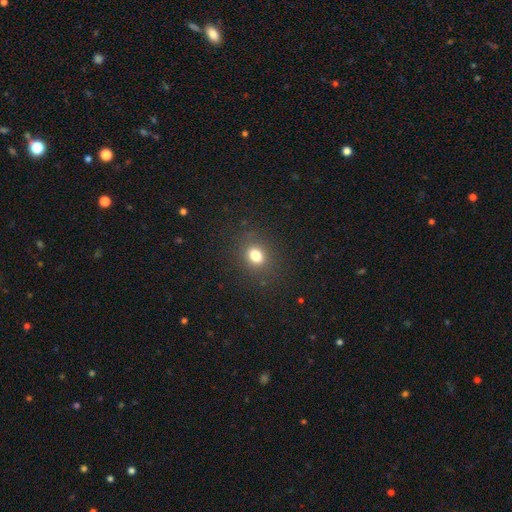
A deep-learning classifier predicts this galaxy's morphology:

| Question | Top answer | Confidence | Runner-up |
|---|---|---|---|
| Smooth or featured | smooth | 79% | star or artifact (14%) |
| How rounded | in between | 50% | round (49%) |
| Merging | none | 86% | minor disturbance (9%) |